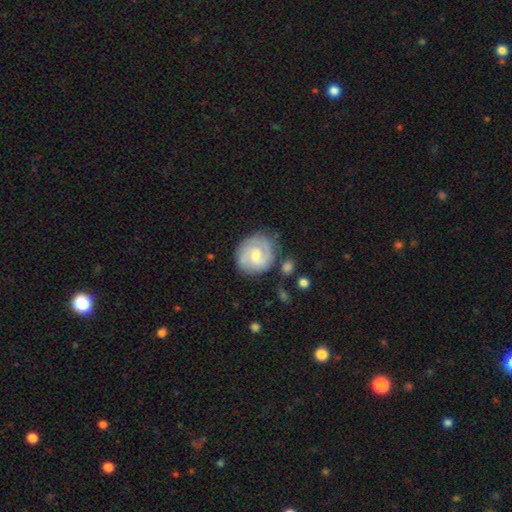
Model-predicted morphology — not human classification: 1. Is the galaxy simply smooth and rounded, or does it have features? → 78% featured or disk, 17% smooth, 5% star or artifact.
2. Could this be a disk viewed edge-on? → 98% no, 2% yes.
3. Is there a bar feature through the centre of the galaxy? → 51% weak, 42% no, 8% strong.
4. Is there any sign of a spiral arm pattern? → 95% yes, 5% no.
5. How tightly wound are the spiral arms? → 47% tight, 42% medium, 10% loose.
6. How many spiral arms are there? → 76% 2, 10% can't tell, 8% 3, 3% 1, 2% 4, 2% more than 4.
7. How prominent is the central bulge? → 48% moderate, 45% small, 4% none, 3% large, 1% dominant.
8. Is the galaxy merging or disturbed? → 75% none, 16% minor disturbance, 5% major disturbance, 4% merger.